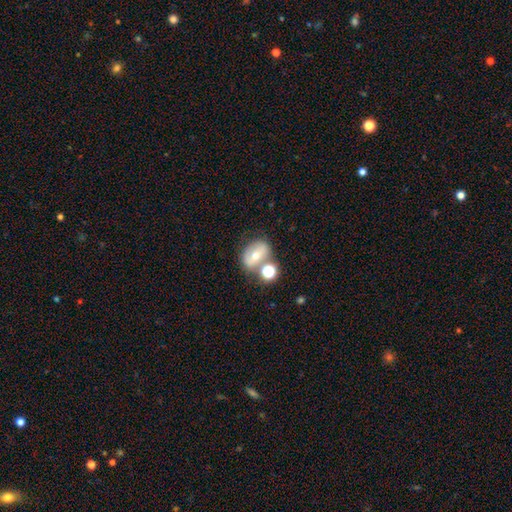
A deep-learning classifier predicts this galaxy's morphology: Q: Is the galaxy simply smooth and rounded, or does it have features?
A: smooth — 50%.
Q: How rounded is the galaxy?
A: in between — 59%.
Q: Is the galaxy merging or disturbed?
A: none — 52%.